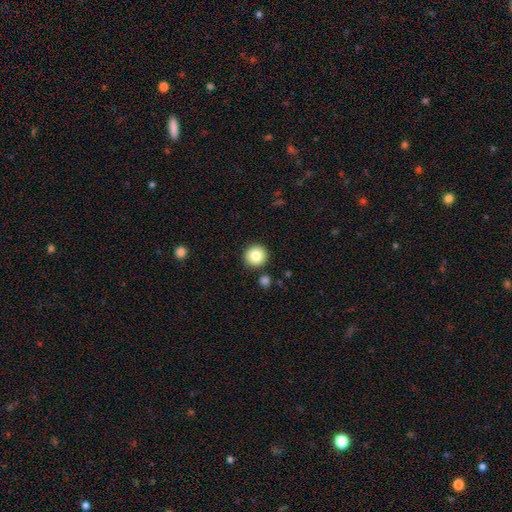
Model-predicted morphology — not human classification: smooth_or_featured: smooth (p=0.84) [alt: star or artifact p=0.09]
how_rounded: round (p=0.94) [alt: in between p=0.05]
merging: none (p=0.89) [alt: minor disturbance p=0.06]